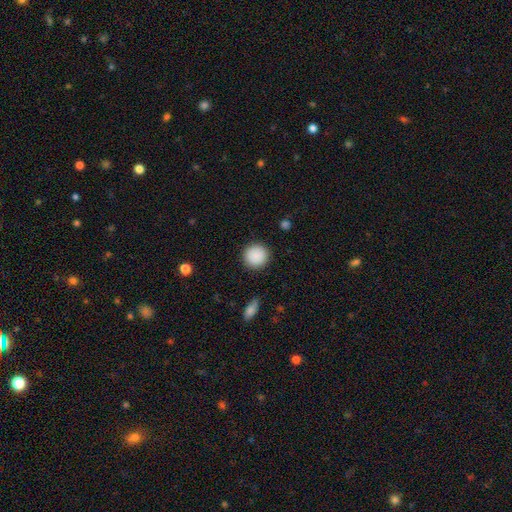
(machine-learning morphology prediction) smooth 89%, star or artifact 7%, featured or disk 4%. Down the decision tree: how rounded — round (95%); merging — none (91%).